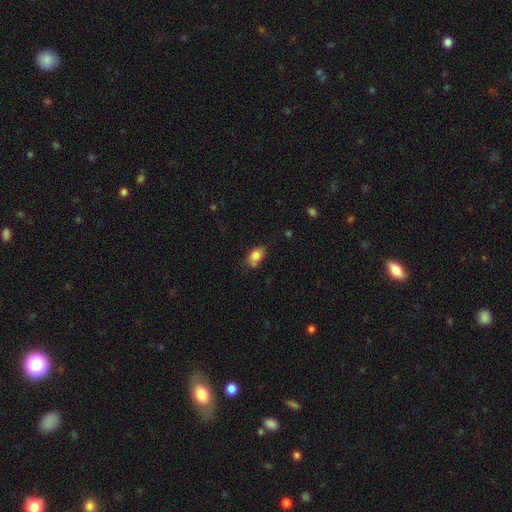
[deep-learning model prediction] Q: Smooth or featured?
A: smooth (82%); runner-up: featured or disk (10%)
Q: How rounded?
A: in between (83%); runner-up: round (15%)
Q: Merging?
A: none (59%); runner-up: minor disturbance (29%)